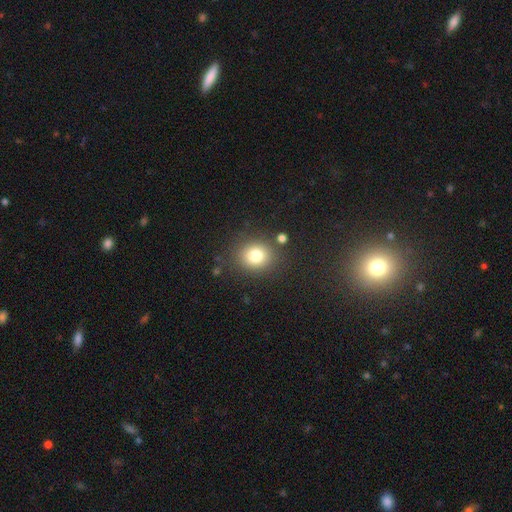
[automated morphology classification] smooth 79%, star or artifact 13%, featured or disk 9%. Down the decision tree: how rounded — round (75%); merging — none (83%).